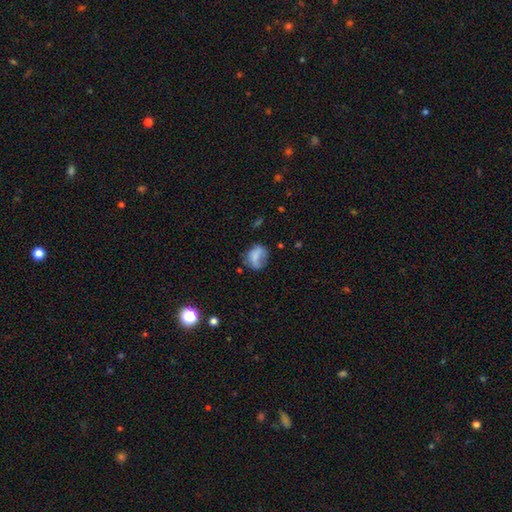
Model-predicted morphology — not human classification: A smooth galaxy with no disk features (70%) that is round (51%). Merging: none (44%).